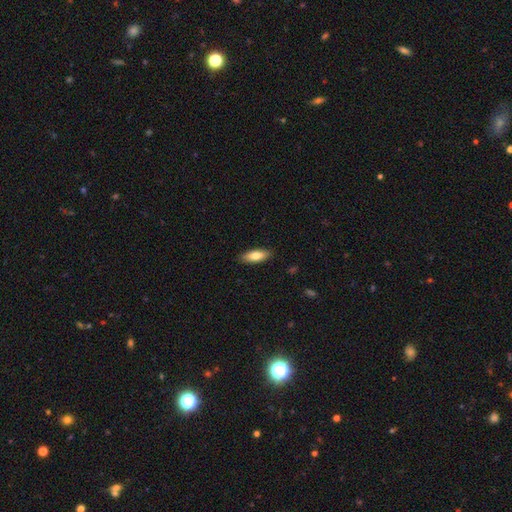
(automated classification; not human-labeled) This is likely a smooth galaxy (76%). How rounded: likely in between (66%). Merging: clearly none (89%).